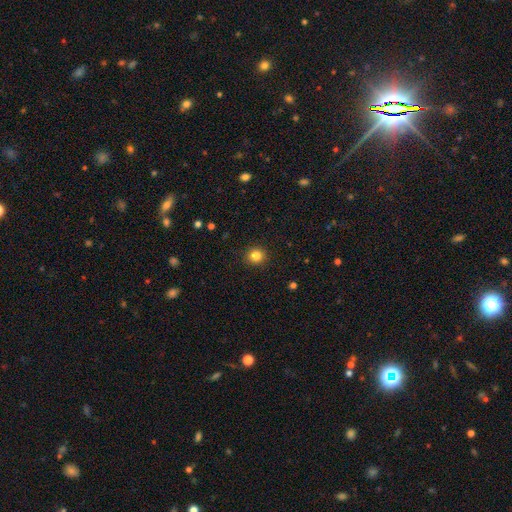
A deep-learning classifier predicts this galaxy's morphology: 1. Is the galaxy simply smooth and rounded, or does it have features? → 84% smooth, 12% star or artifact, 4% featured or disk.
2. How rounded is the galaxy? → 90% round, 9% in between, 1% cigar-shaped.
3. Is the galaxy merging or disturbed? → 91% none, 6% minor disturbance, 2% major disturbance, 1% merger.